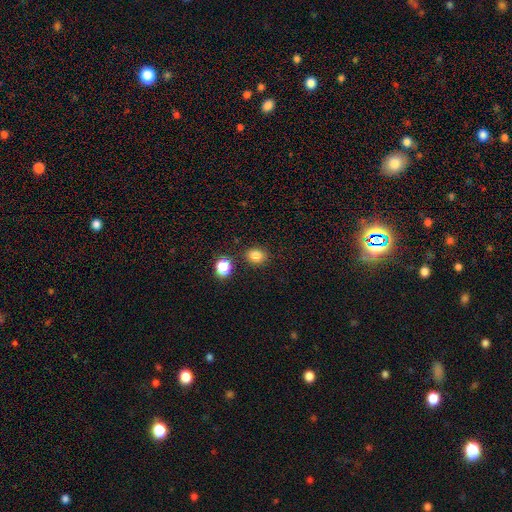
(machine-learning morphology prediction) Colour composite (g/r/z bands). It shows a smooth galaxy with no disk features (81%) that is round (59%). Merging: none (83%).